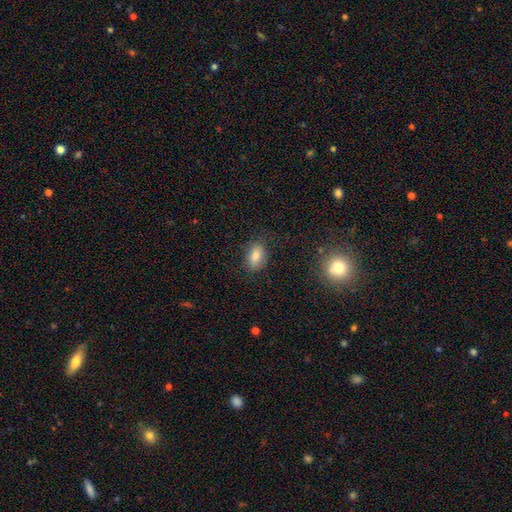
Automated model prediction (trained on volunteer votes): Morphology: type=smooth (78%); roundness=in between (85%); merging=none (79%).